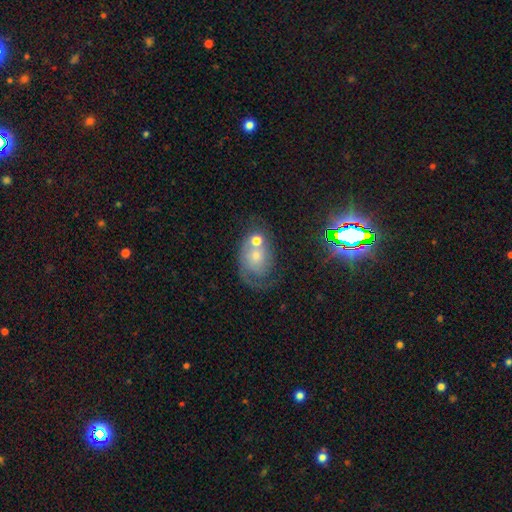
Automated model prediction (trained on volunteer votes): Smooth or featured? featured or disk (56%)
Edge-on disk? no (96%)
Bar? no (80%)
Spiral arms? yes (79%)
Bulge size? small (53%)
Merging? none (40%)